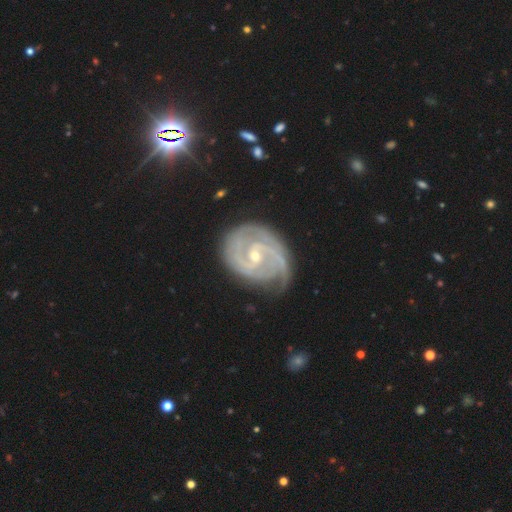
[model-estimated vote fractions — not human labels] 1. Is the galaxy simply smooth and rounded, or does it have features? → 91% featured or disk, 5% star or artifact, 4% smooth.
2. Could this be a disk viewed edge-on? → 97% no, 3% yes.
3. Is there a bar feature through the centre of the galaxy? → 47% weak, 36% no, 17% strong.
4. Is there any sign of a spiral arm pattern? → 98% yes, 2% no.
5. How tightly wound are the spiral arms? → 63% tight, 31% medium, 6% loose.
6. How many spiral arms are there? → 50% 2, 21% 3, 13% can't tell, 6% 4, 5% 1, 5% more than 4.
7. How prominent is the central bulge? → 62% small, 35% moderate, 1% large, 1% none, 1% dominant.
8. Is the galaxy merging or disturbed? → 68% none, 23% minor disturbance, 8% major disturbance, 2% merger.